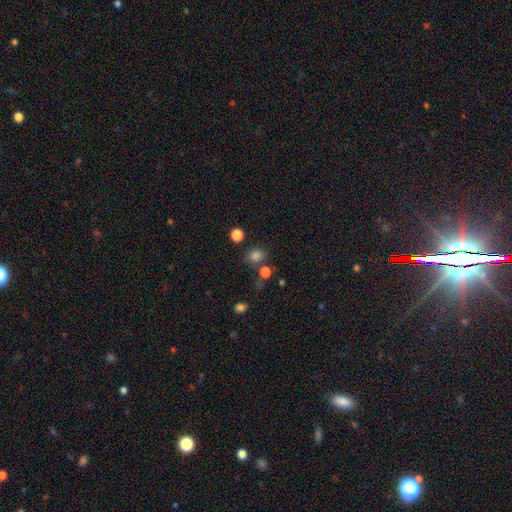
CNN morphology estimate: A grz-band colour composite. It shows a smooth galaxy with no disk features (80%) that is round (64%). Merging: none (74%).